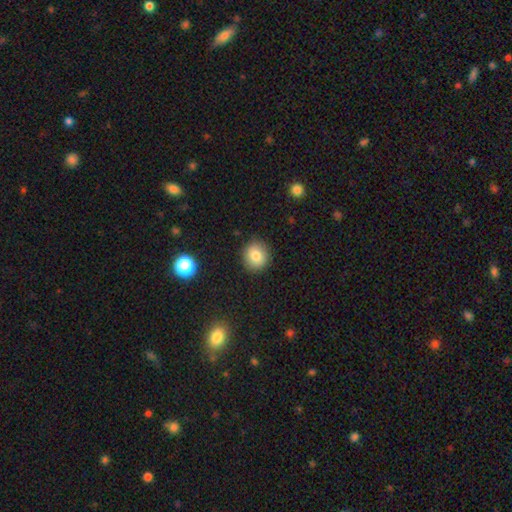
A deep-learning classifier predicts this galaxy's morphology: This is clearly a smooth galaxy (81%). How rounded: clearly round (85%). Merging: clearly none (89%).